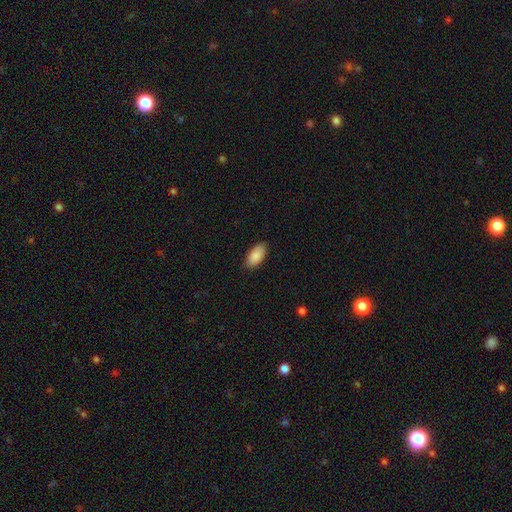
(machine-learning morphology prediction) type=smooth (89%); roundness=in between (93%); merging=none (84%).